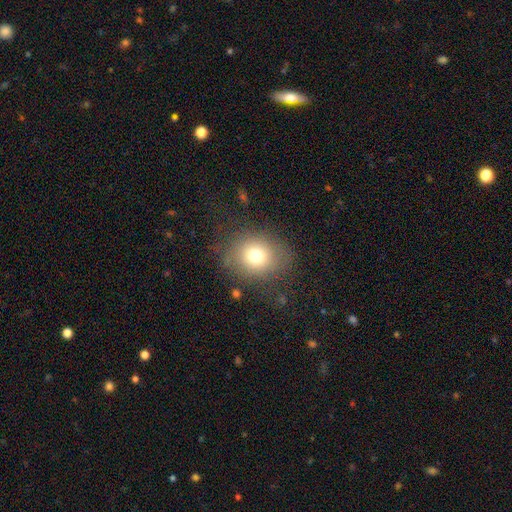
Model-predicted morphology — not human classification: Q: Smooth or featured?
A: smooth (74%); runner-up: star or artifact (13%)
Q: How rounded?
A: round (64%); runner-up: in between (35%)
Q: Merging?
A: none (75%); runner-up: minor disturbance (15%)